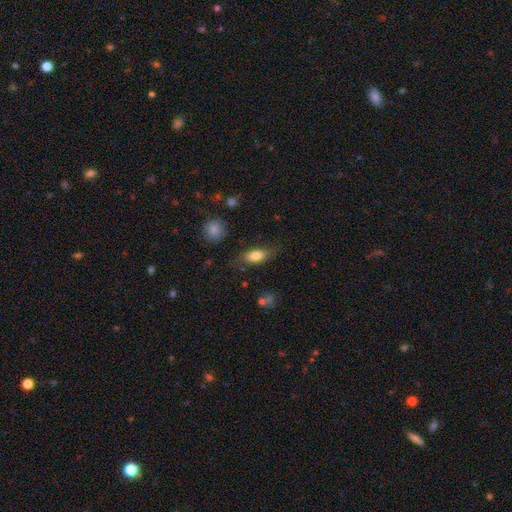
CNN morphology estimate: This is likely a smooth galaxy (79%). How rounded: clearly in between (83%). Merging: likely none (76%).